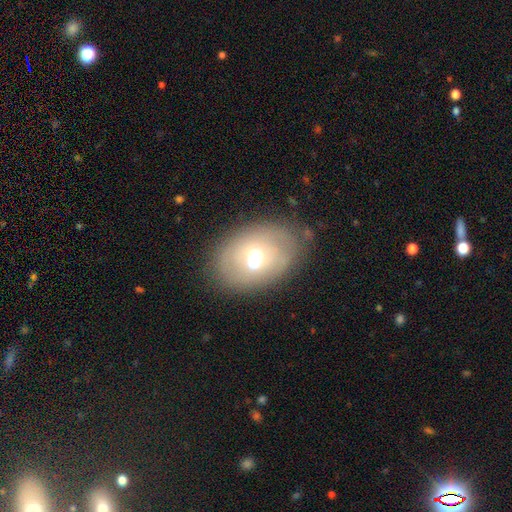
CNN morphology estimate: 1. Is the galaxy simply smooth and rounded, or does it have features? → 49% smooth, 40% featured or disk, 11% star or artifact.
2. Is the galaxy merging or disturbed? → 72% none, 16% minor disturbance, 6% merger, 6% major disturbance.